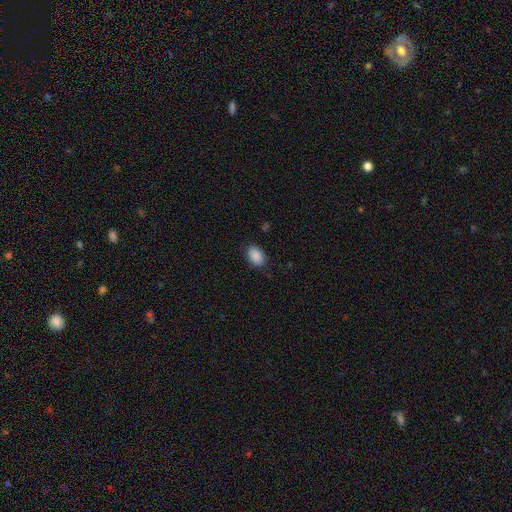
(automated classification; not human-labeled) Morphology: type=smooth (89%); roundness=in between (82%); merging=none (84%).